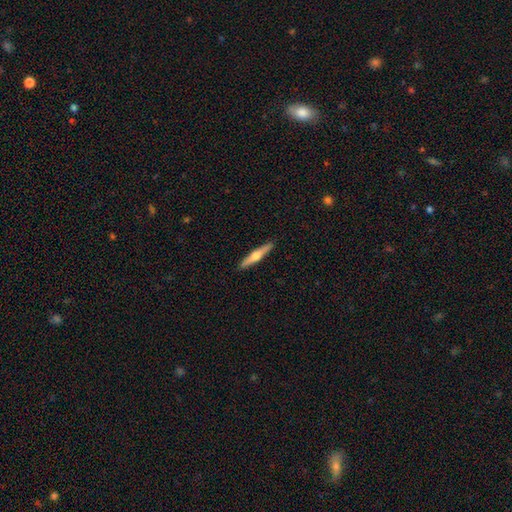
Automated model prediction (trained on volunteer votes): smooth-or-featured: featured or disk: 57% | smooth: 38% | star or artifact: 5%
  disk-edge-on: yes: 96% | no: 4%
    edge-on-bulge: rounded: 93% | none: 4% | boxy: 3%
  merging: none: 92% | minor disturbance: 6% | major disturbance: 1% | merger: 1%